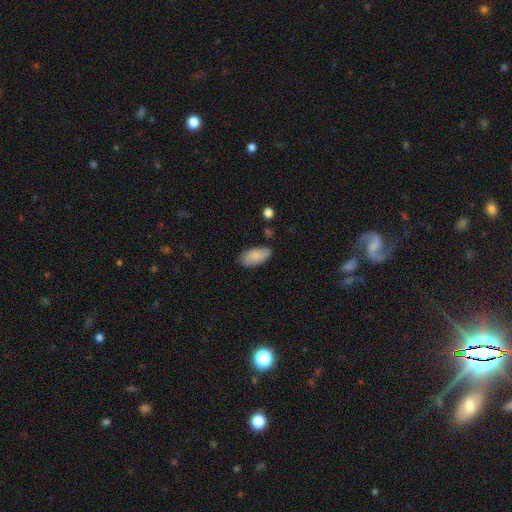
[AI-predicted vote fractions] smooth_or_featured: smooth (p=0.85) [alt: featured or disk p=0.09]
how_rounded: in between (p=0.92) [alt: cigar-shaped p=0.05]
merging: none (p=0.77) [alt: minor disturbance p=0.17]